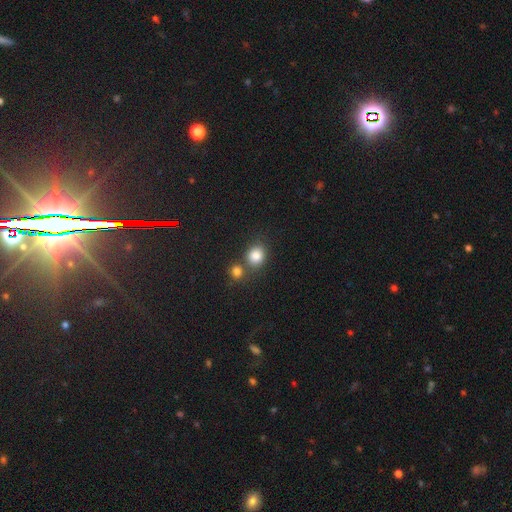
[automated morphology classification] The model was most divided on "merging": none: 58%, merger: 28%, minor disturbance: 10%, major disturbance: 4%. More confident: smooth or featured — smooth (83%); how rounded — round (71%).